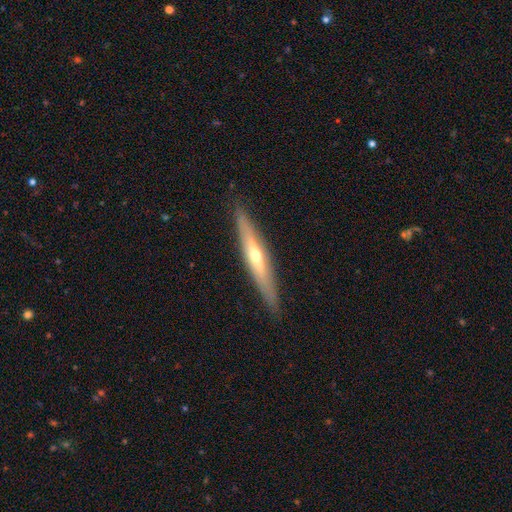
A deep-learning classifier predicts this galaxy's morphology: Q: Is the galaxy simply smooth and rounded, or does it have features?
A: featured or disk — 62%.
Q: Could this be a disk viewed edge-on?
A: yes — 90%.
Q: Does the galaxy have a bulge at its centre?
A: rounded — 78%.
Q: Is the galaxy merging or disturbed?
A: none — 89%.